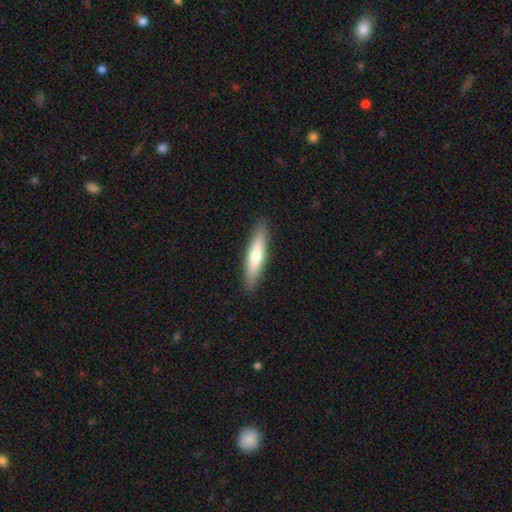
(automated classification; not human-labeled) smooth_or_featured: smooth (p=0.62) [alt: featured or disk p=0.32]
how_rounded: cigar-shaped (p=0.79) [alt: in between p=0.20]
merging: none (p=0.89) [alt: minor disturbance p=0.08]